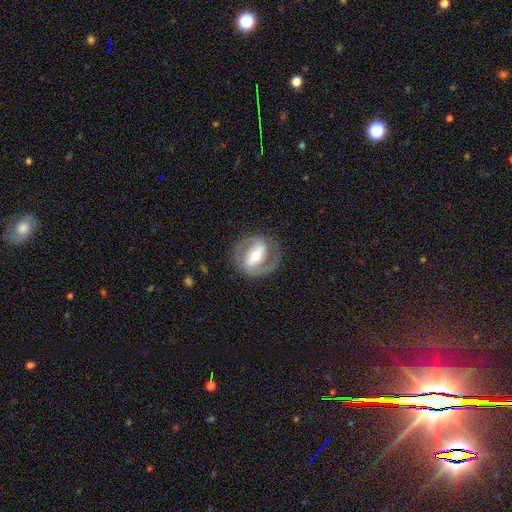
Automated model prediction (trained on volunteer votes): smooth_or_featured: featured or disk (p=0.85) [alt: smooth p=0.10]
disk_edge_on: no (p=0.96) [alt: yes p=0.04]
bar: strong (p=0.60) [alt: weak p=0.28]
has_spiral_arms: yes (p=0.91) [alt: no p=0.09]
spiral_winding: medium (p=0.48) [alt: tight p=0.39]
spiral_arm_count: 2 (p=0.87) [alt: 1 p=0.05]
bulge_size: moderate (p=0.64) [alt: small p=0.27]
merging: none (p=0.81) [alt: minor disturbance p=0.12]